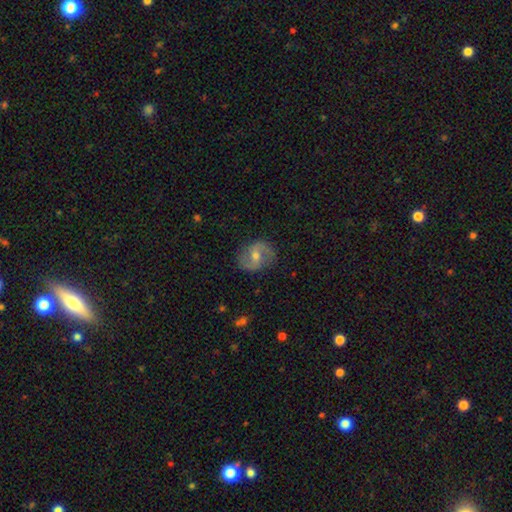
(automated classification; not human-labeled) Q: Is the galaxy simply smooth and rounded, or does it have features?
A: featured or disk — 71%.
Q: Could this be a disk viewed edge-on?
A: no — 97%.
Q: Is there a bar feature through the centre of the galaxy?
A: weak — 47%.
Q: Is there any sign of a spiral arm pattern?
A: yes — 88%.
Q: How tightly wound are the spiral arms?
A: medium — 46%.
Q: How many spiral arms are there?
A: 2 — 89%.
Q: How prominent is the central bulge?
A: moderate — 62%.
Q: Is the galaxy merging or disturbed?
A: none — 81%.